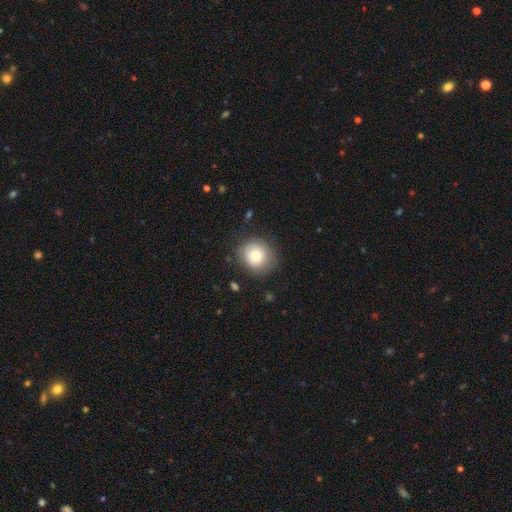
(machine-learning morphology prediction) Overall: smooth (77%). How rounded: round (83%). Merging: none (76%).